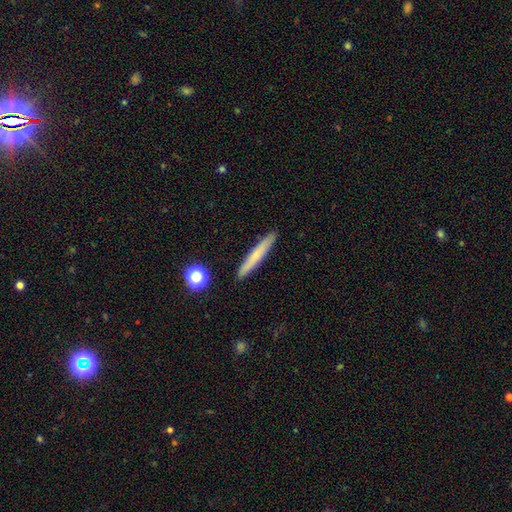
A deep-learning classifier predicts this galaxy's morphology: This is likely a smooth galaxy (61%). How rounded: clearly cigar-shaped (95%). Merging: clearly none (91%).